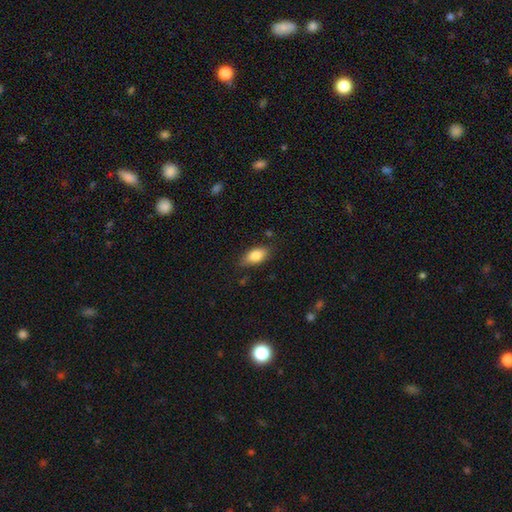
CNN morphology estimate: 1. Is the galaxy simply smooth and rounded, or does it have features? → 82% smooth, 11% featured or disk, 7% star or artifact.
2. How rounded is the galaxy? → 89% in between, 7% cigar-shaped, 4% round.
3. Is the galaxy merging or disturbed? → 80% none, 16% minor disturbance, 3% major disturbance, 2% merger.